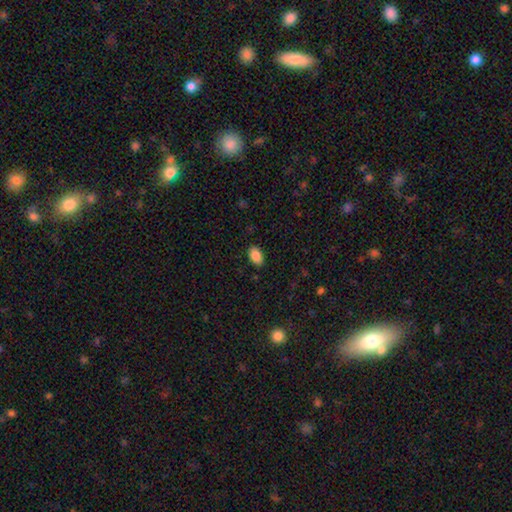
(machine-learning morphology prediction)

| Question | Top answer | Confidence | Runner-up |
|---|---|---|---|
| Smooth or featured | smooth | 88% | star or artifact (8%) |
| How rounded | in between | 92% | round (6%) |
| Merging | none | 87% | minor disturbance (9%) |